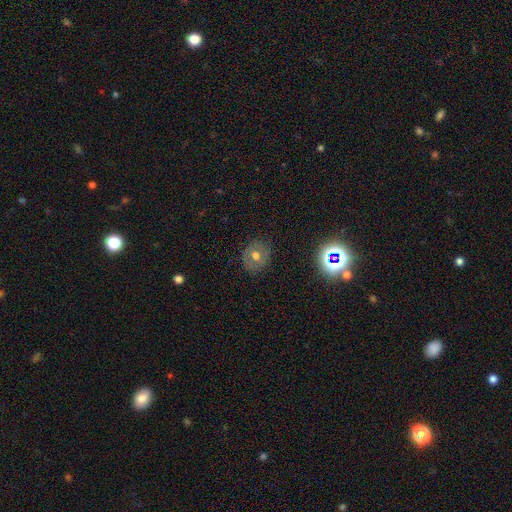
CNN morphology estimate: This is possibly a smooth galaxy (54%). How rounded: likely round (77%). Merging: clearly none (85%).